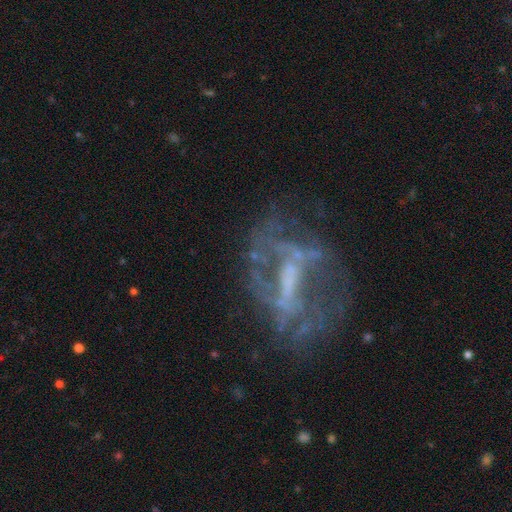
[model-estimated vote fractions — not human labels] Morphology: type=featured or disk (74%); edge-on=no (91%); bar=strong (42%); spiral arms=yes (53%); bulge=none (38%); merging=none (55%).